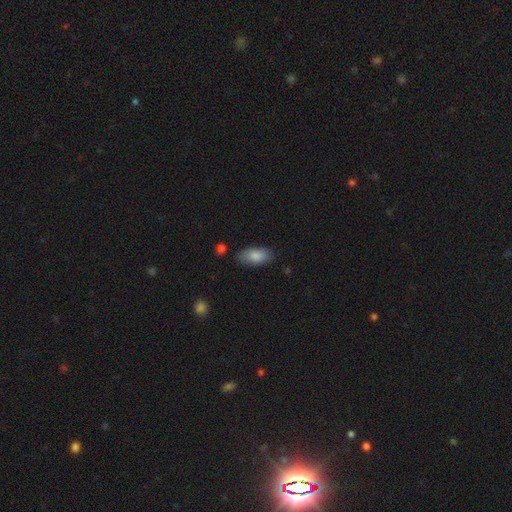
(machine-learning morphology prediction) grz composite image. It shows a smooth galaxy with no disk features (85%) that is in between round and cigar-shaped (91%). Merging: none (79%).